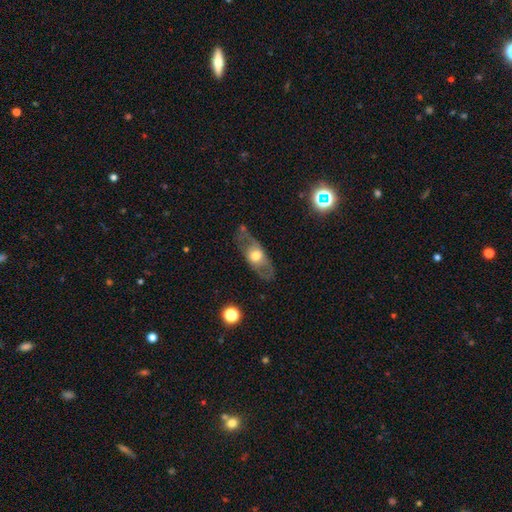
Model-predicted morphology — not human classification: A featured or disk galaxy (54%). Merging: none (71%).